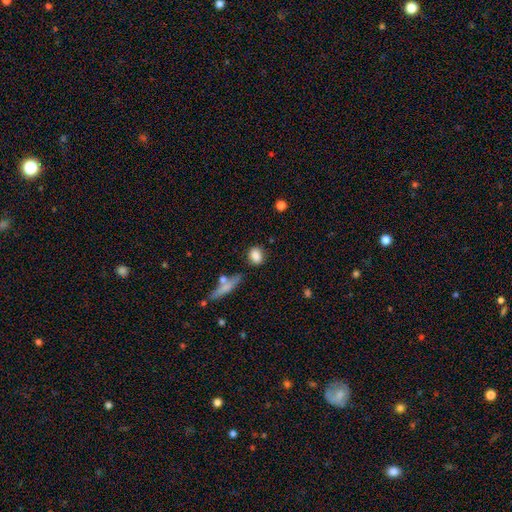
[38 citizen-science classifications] Smooth or featured?
  - smooth: 89% *
  - featured or disk: 8%
  - star or artifact: 3%
How rounded?
  - round: 47% *
  - in between: 41%
  - cigar-shaped: 12%
Merging?
  - none: 89% *
  - minor disturbance: 8%
  - major disturbance: 3%
  - merger: 0%